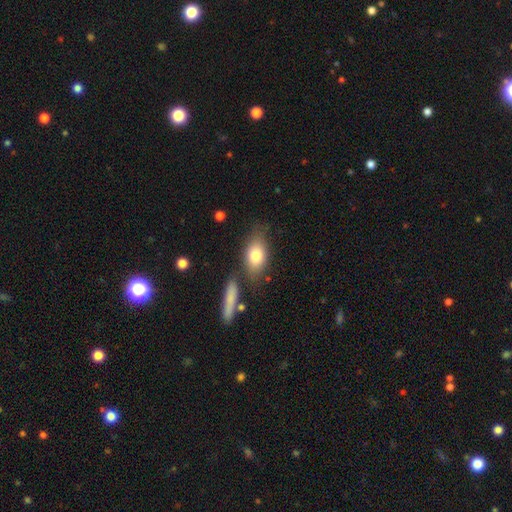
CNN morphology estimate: Smooth or featured?
  - smooth: 78% *
  - featured or disk: 15%
  - star or artifact: 7%
How rounded?
  - in between: 83% *
  - round: 11%
  - cigar-shaped: 5%
Merging?
  - none: 68% *
  - minor disturbance: 15%
  - merger: 11%
  - major disturbance: 5%